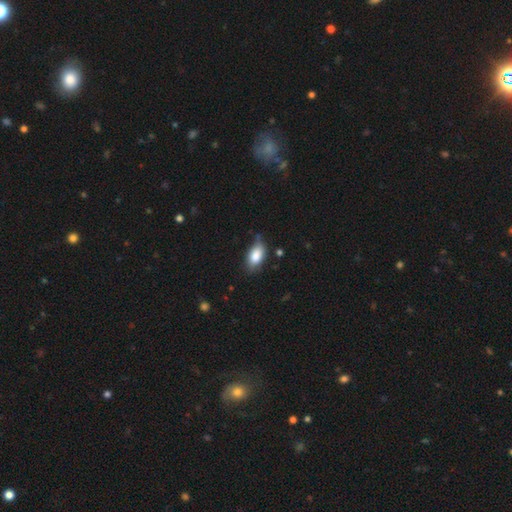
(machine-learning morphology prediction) smooth-or-featured: smooth: 84% | featured or disk: 9% | star or artifact: 7%
  how-rounded: in between: 91% | round: 5% | cigar-shaped: 4%
  merging: none: 67% | minor disturbance: 26% | major disturbance: 5% | merger: 3%